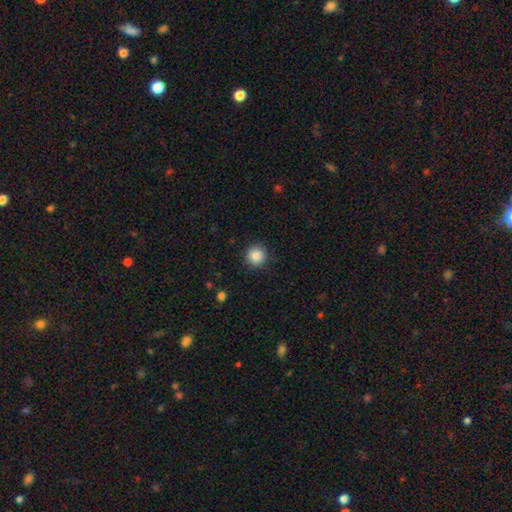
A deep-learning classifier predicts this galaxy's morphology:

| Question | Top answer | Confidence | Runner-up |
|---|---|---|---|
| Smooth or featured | smooth | 86% | star or artifact (10%) |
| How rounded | round | 95% | in between (4%) |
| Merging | none | 91% | minor disturbance (6%) |